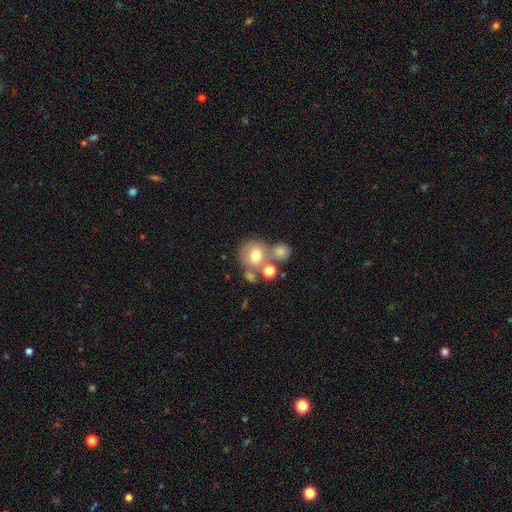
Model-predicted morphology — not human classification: A smooth galaxy with no disk features (68%) that is round (80%). Merging: none (48%).